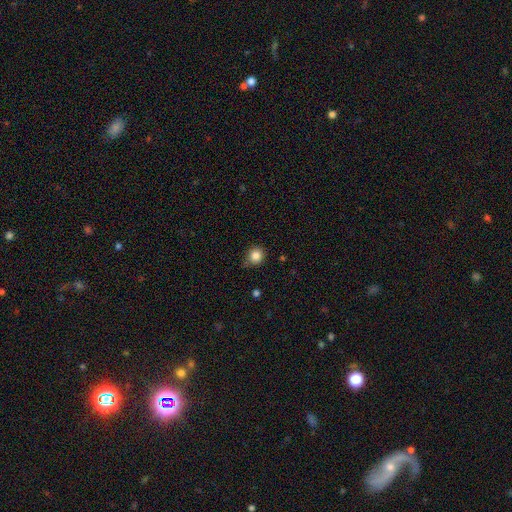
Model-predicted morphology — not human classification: Smooth or featured? Predicted: smooth (p=0.85). How rounded? Predicted: round (p=0.89). Merging? Predicted: none (p=0.78).